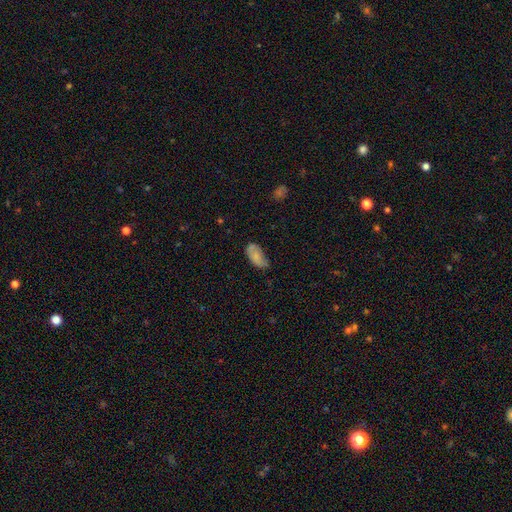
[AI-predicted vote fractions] Smooth or featured: smooth — 75% (featured or disk — 18%)
How rounded: in between — 92% (cigar-shaped — 4%)
Merging: none — 48% (minor disturbance — 38%)